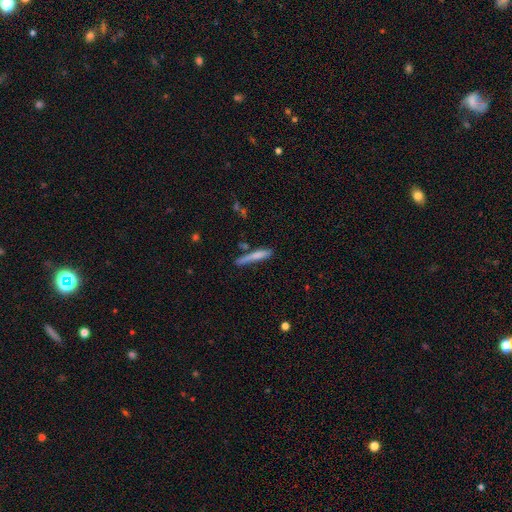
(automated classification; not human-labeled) Smooth or featured? smooth (69%)
How rounded? cigar-shaped (92%)
Merging? none (64%)